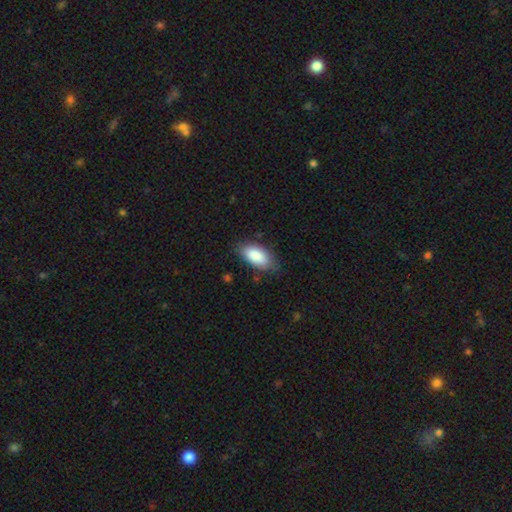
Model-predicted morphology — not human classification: Smooth or featured? smooth (86%)
How rounded? in between (92%)
Merging? none (76%)